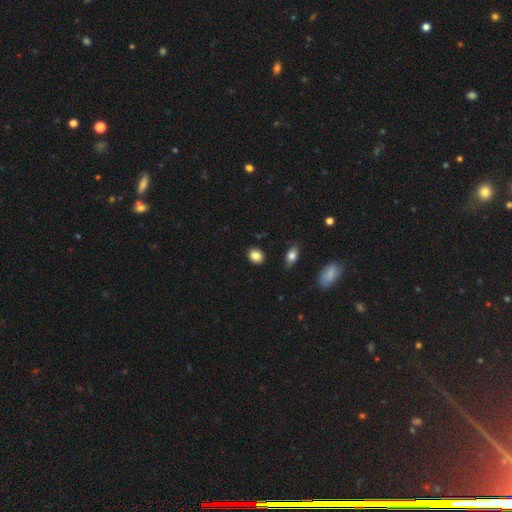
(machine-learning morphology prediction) type=smooth (85%); roundness=in between (53%); merging=none (87%).